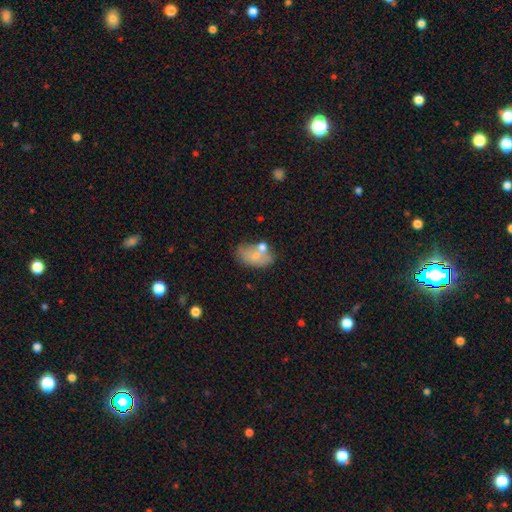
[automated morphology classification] Smooth or featured?
  - smooth: 65% *
  - featured or disk: 25%
  - star or artifact: 10%
How rounded?
  - in between: 89% *
  - round: 9%
  - cigar-shaped: 2%
Merging?
  - none: 45% *
  - minor disturbance: 24%
  - merger: 21%
  - major disturbance: 11%